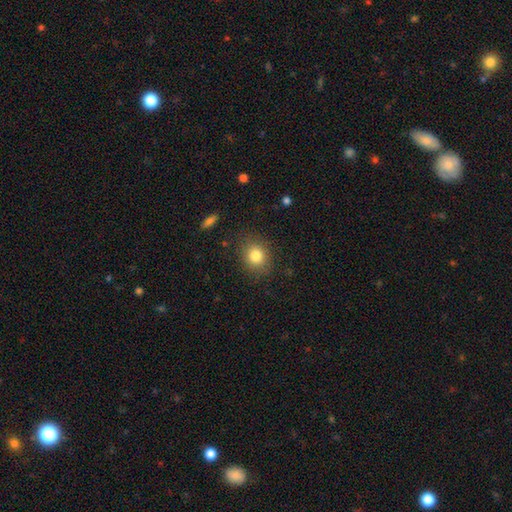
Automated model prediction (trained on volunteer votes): This appears to be a smooth galaxy with no disk features (82%) that is round (72%). Merging: none (84%).